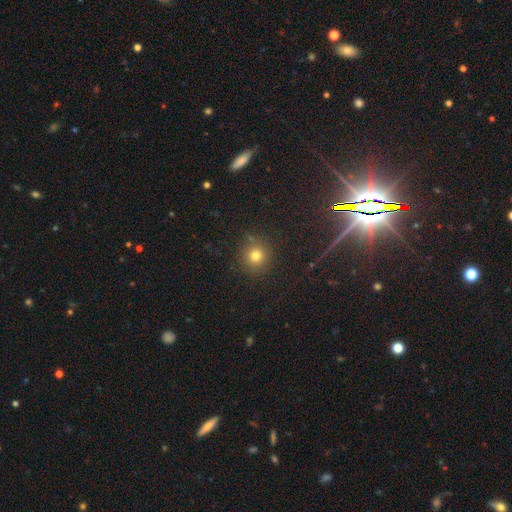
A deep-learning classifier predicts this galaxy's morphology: smooth 76%, star or artifact 17%, featured or disk 7%. Down the decision tree: how rounded — round (93%); merging — none (87%).